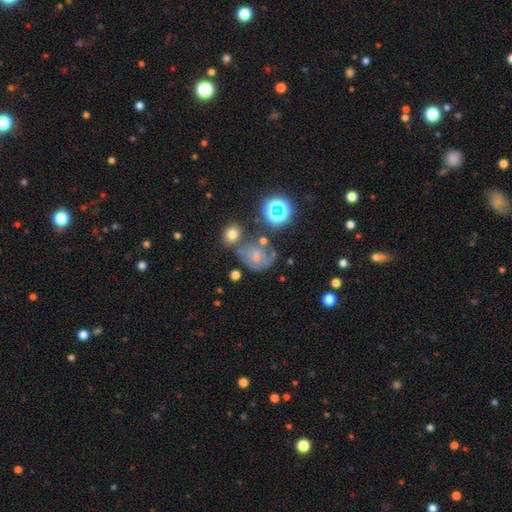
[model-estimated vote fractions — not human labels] A featured or disk galaxy (41%). Merging: none (43%).